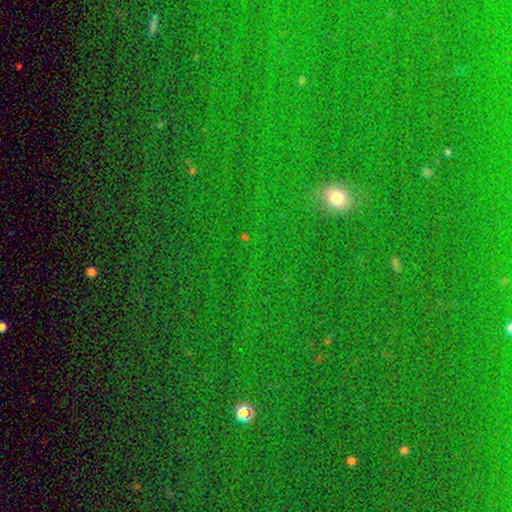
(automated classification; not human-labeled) This appears to be a star or artifact, not a galaxy (66%).